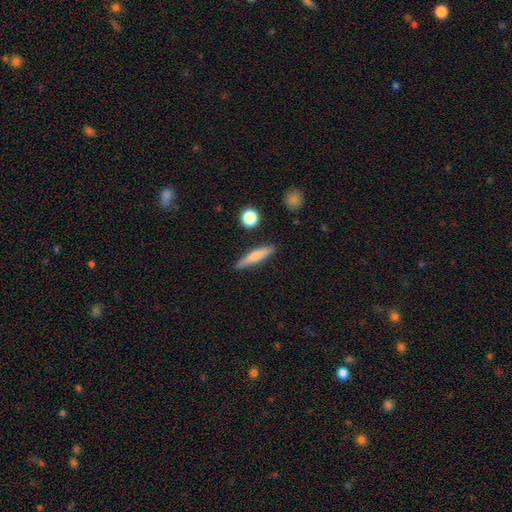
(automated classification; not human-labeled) Smooth or featured?
  - smooth: 68% *
  - featured or disk: 25%
  - star or artifact: 7%
How rounded?
  - cigar-shaped: 85% *
  - in between: 13%
  - round: 2%
Merging?
  - none: 86% *
  - minor disturbance: 10%
  - merger: 2%
  - major disturbance: 2%